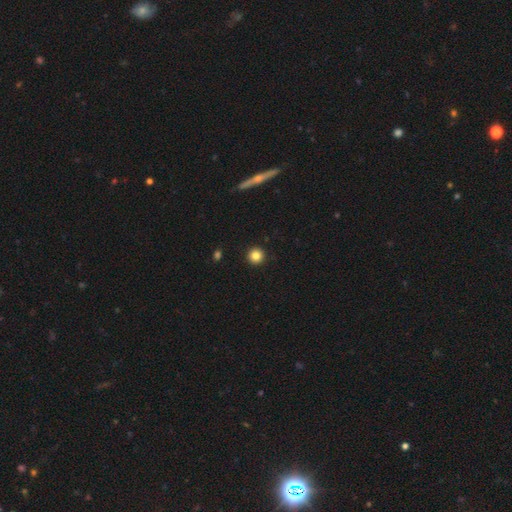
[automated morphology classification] A smooth galaxy with no disk features (83%) that is round (95%). Merging: none (93%).